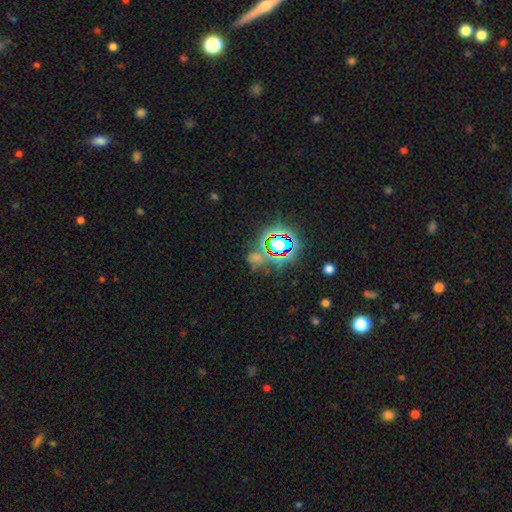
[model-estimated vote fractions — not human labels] Smooth or featured: star or artifact — 72% (smooth — 19%)